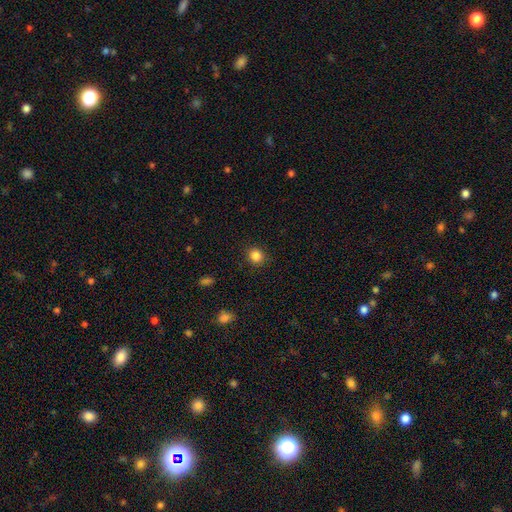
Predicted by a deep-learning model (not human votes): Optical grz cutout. It shows a smooth galaxy with no disk features (85%) that is round (84%). Merging: none (90%).